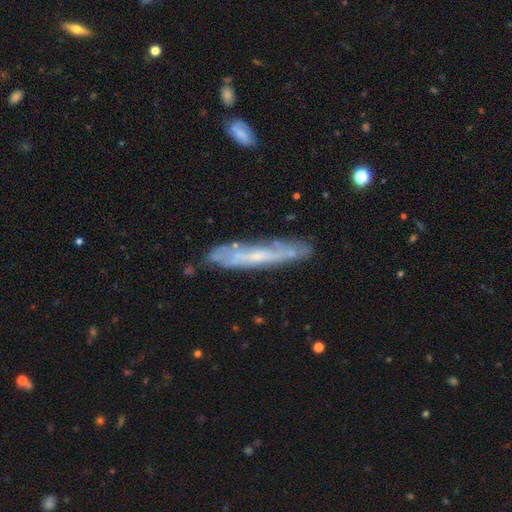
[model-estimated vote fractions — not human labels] smooth-or-featured: featured or disk: 63% | smooth: 29% | star or artifact: 8%
  disk-edge-on: yes: 65% | no: 35%
  merging: none: 77% | minor disturbance: 17% | major disturbance: 4% | merger: 2%